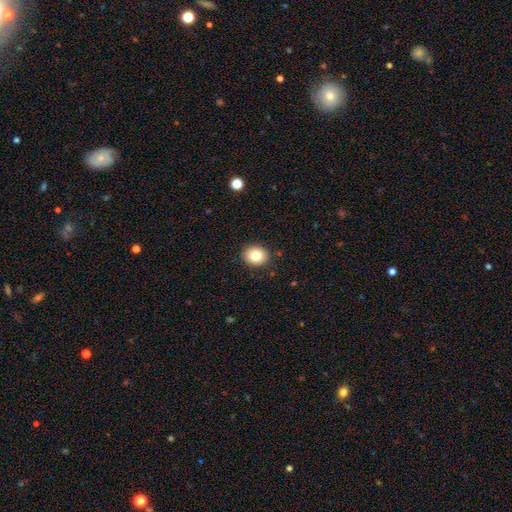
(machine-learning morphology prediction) The model was most divided on "how rounded": round: 61%, in between: 38%, cigar-shaped: 1%. More confident: merging — none (90%); smooth or featured — smooth (82%).